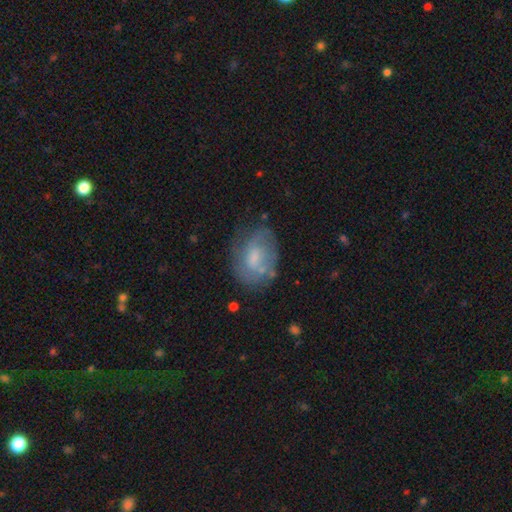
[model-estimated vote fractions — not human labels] smooth_or_featured: featured or disk (p=0.46) [alt: smooth p=0.45]
merging: none (p=0.58) [alt: minor disturbance p=0.26]